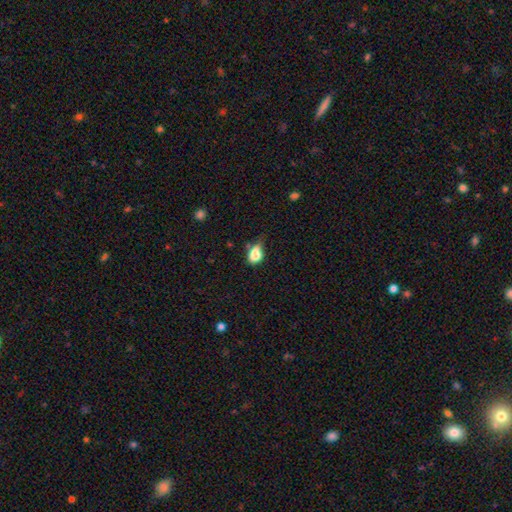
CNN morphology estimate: A smooth galaxy with no disk features (80%) that is in between round and cigar-shaped (69%). Merging: minor disturbance (41%).